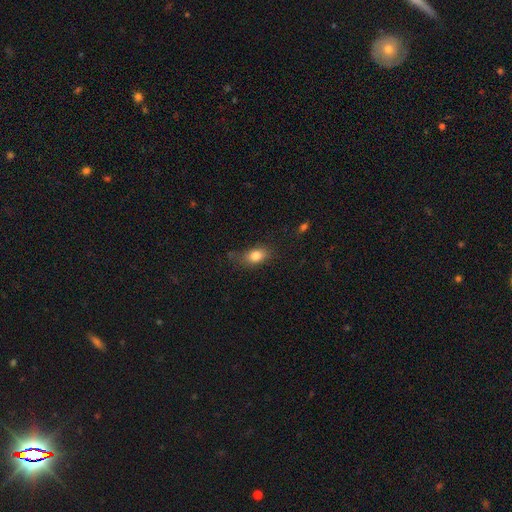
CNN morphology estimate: Smooth or featured? smooth (81%)
How rounded? in between (79%)
Merging? none (66%)